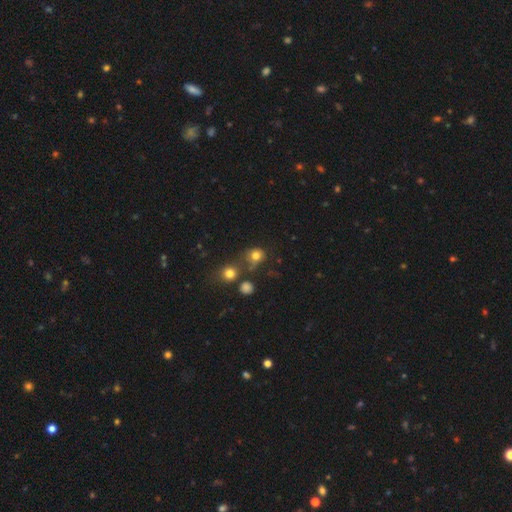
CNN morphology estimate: Smooth or featured? Predicted: smooth (p=0.77). How rounded? Predicted: round (p=0.78). Merging? Predicted: none (p=0.52).